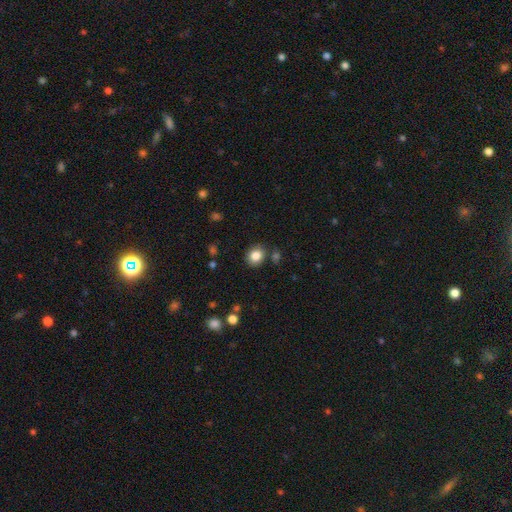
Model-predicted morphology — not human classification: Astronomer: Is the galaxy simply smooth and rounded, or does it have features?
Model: smooth — 84%.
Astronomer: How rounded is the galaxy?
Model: round — 68%.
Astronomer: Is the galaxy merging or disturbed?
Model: none — 82%.